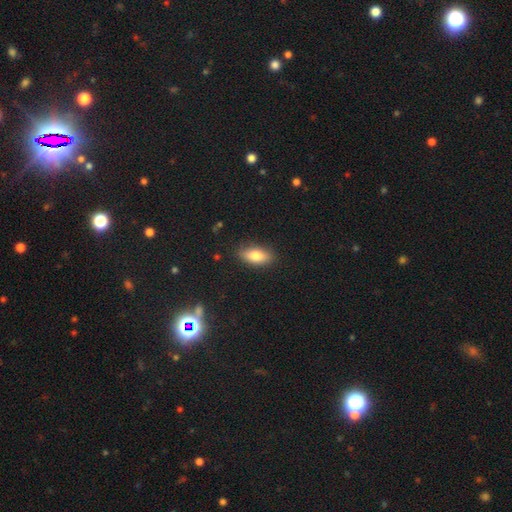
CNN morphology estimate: type=smooth (78%); roundness=in between (85%); merging=none (84%).